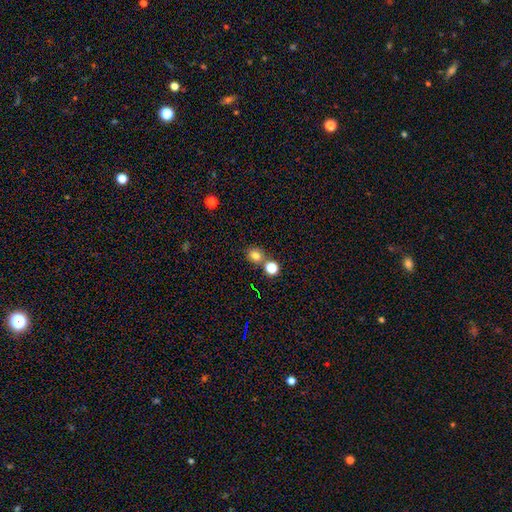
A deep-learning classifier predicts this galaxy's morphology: Smooth or featured: smooth — 78% (star or artifact — 15%)
How rounded: round — 76% (in between — 23%)
Merging: none — 68% (merger — 20%)